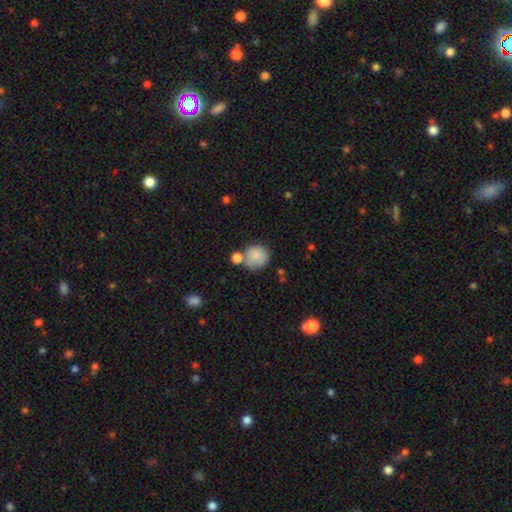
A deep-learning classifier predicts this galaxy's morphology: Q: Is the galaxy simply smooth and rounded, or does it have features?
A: smooth — 81%.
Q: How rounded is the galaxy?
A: round — 89%.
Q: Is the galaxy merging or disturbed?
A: none — 54%.